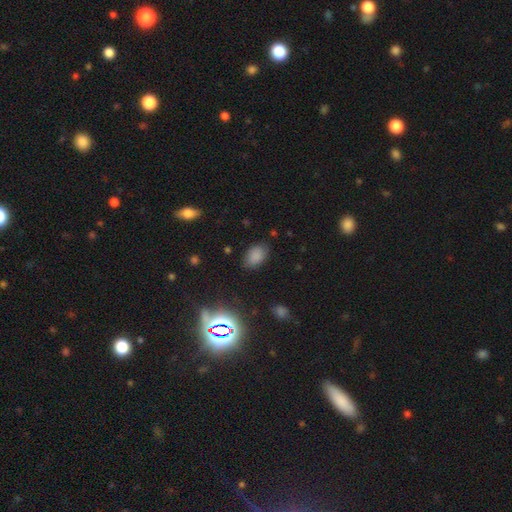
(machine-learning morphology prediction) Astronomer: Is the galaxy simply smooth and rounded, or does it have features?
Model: smooth — 79%.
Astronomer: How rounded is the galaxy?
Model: in between — 86%.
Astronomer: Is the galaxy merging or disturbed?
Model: none — 80%.